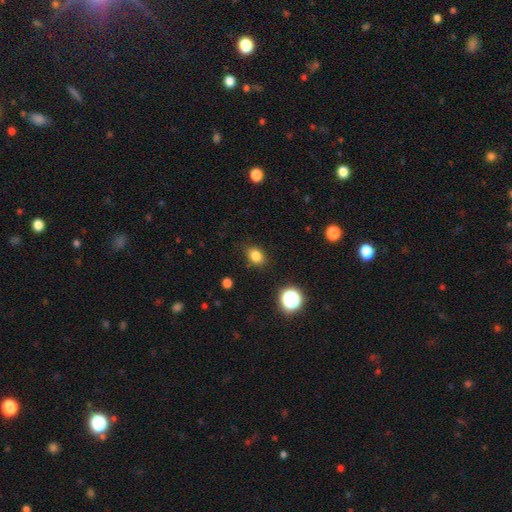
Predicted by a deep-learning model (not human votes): Smooth or featured: smooth — 81% (star or artifact — 13%)
How rounded: in between — 63% (round — 35%)
Merging: none — 82% (minor disturbance — 13%)